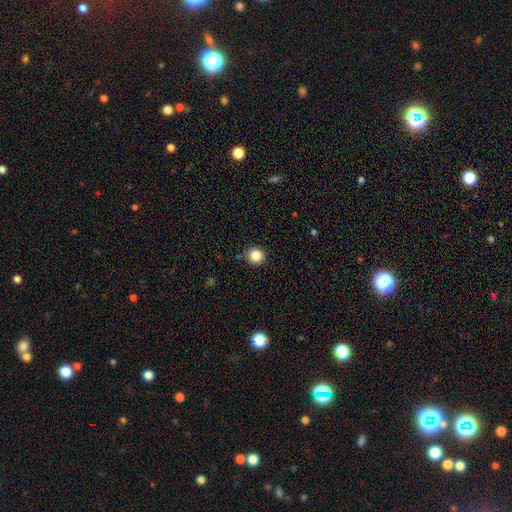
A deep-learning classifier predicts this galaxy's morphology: This is clearly a smooth galaxy (85%). How rounded: clearly round (94%). Merging: clearly none (92%).